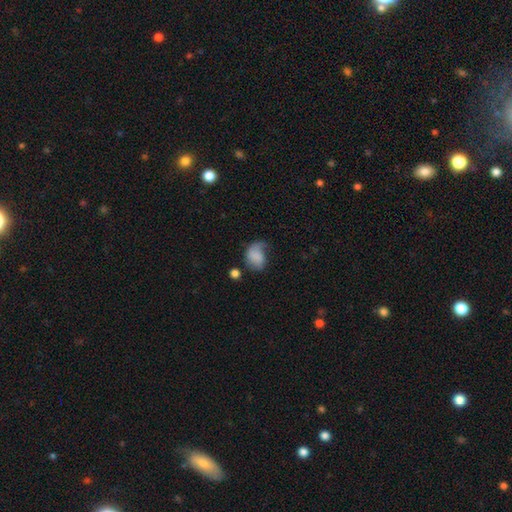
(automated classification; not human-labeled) Overall: smooth (67%). How rounded: in between (64%; round 34%). Merging: minor disturbance (32%, tied with major disturbance).